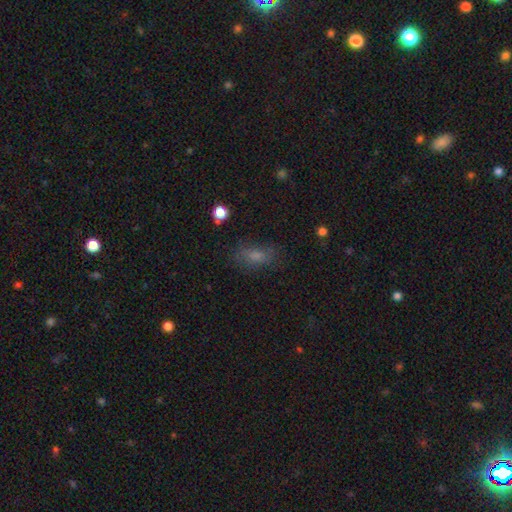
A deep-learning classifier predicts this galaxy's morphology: Smooth or featured?
  - smooth: 70% *
  - star or artifact: 16%
  - featured or disk: 14%
How rounded?
  - in between: 82% *
  - cigar-shaped: 9%
  - round: 9%
Merging?
  - none: 66% *
  - minor disturbance: 20%
  - major disturbance: 12%
  - merger: 2%